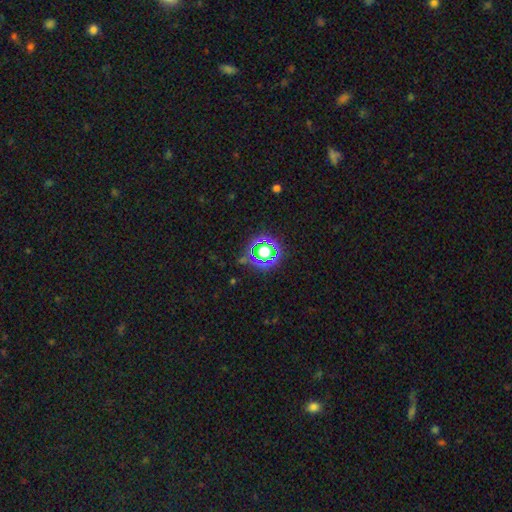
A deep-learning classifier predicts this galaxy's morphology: A star or artifact, not a galaxy (67%).

Vote fractions:
- Smooth or featured? star or artifact: 67% / smooth: 24% / featured or disk: 9%